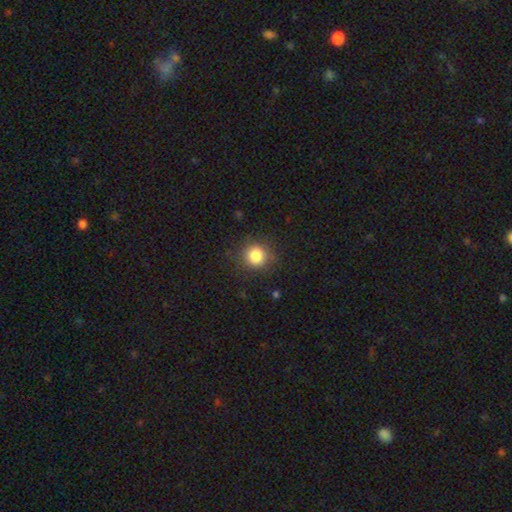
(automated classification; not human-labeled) smooth 84%, star or artifact 11%, featured or disk 5%. Down the decision tree: how rounded — round (91%); merging — none (85%).